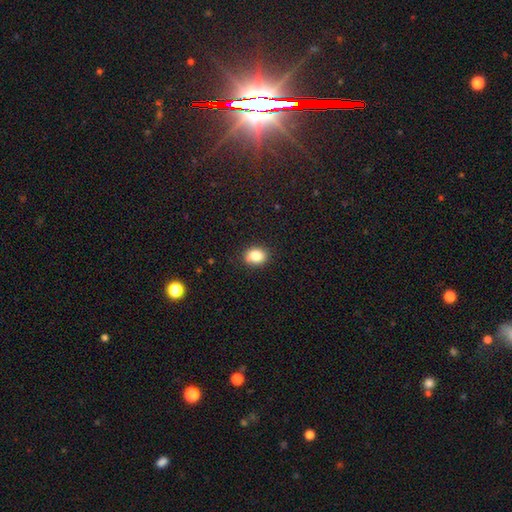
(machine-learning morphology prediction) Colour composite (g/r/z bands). It shows a smooth galaxy with no disk features (85%) that is in between round and cigar-shaped (55%). Merging: none (85%).